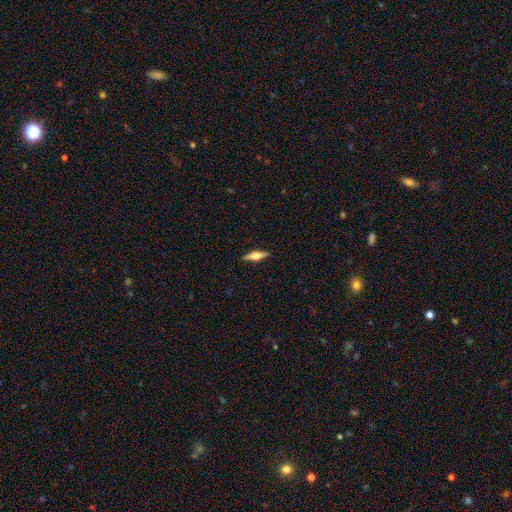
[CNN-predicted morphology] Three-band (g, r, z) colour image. It shows a featured or disk galaxy (52%) viewed edge-on (96%). Merging: none (90%).